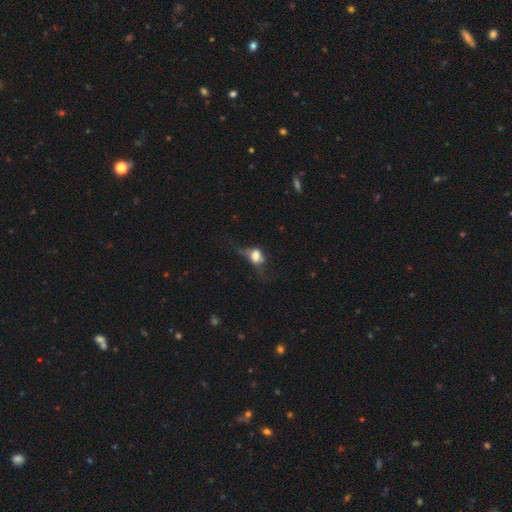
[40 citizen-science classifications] This appears to be a smooth galaxy with no disk features (68%) that is in between round and cigar-shaped (74%). Merging: major disturbance (51%).